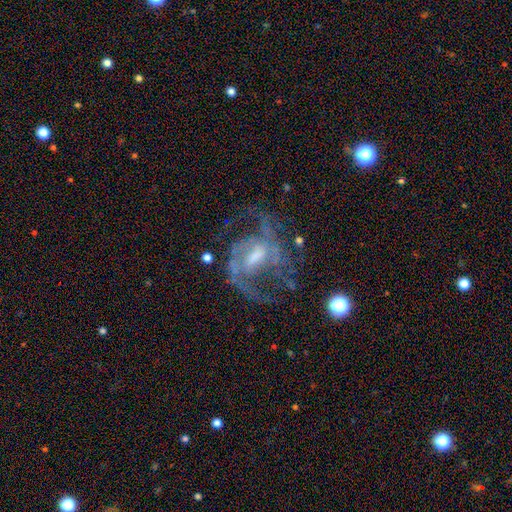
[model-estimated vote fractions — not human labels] Smooth or featured?
  - featured or disk: 84% *
  - star or artifact: 8%
  - smooth: 8%
Edge-on disk?
  - no: 97% *
  - yes: 3%
Bar?
  - weak: 52% *
  - no: 24%
  - strong: 24%
Spiral arms?
  - yes: 88% *
  - no: 12%
Spiral winding?
  - medium: 50% *
  - loose: 30%
  - tight: 20%
Spiral arm count?
  - 2: 54% *
  - can't tell: 19%
  - 3: 12%
  - 1: 8%
  - 4: 4%
  - more than 4: 4%
Bulge size?
  - moderate: 43% *
  - small: 32%
  - none: 16%
  - large: 9%
  - dominant: 1%
Merging?
  - none: 48% *
  - major disturbance: 31%
  - minor disturbance: 18%
  - merger: 4%